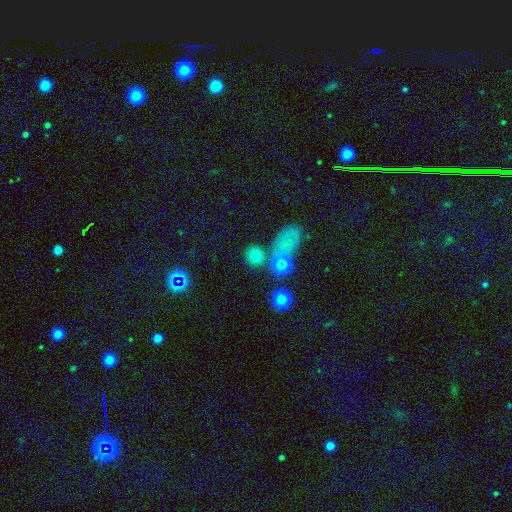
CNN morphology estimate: Smooth or featured?
  - smooth: 74% *
  - star or artifact: 17%
  - featured or disk: 9%
How rounded?
  - round: 81% *
  - in between: 18%
  - cigar-shaped: 2%
Merging?
  - none: 72% *
  - merger: 13%
  - minor disturbance: 10%
  - major disturbance: 5%